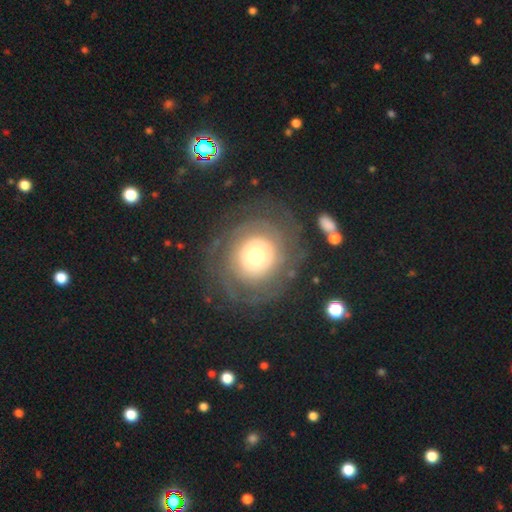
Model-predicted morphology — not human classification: featured or disk 64%, smooth 27%, star or artifact 8%. Down the decision tree: edge-on disk — no (97%); bar — no (87%); spiral arms — yes (68%); bulge size — moderate (57%); merging — none (76%).